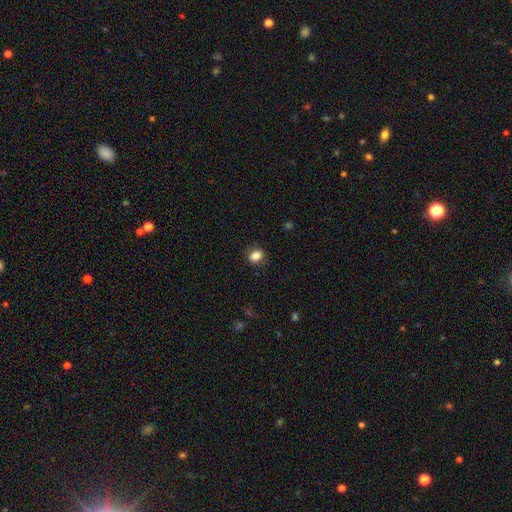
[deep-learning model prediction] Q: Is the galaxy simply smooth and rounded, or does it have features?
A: smooth — 84%.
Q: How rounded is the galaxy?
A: in between — 54%.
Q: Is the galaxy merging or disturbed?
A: none — 84%.